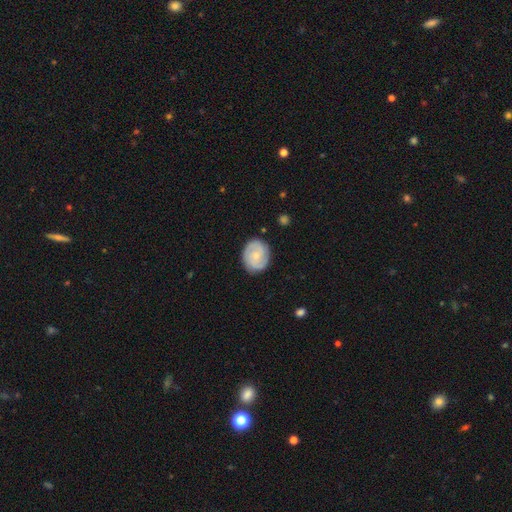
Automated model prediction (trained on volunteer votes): Q: Smooth or featured?
A: featured or disk (68%); runner-up: smooth (27%)
Q: Edge-on disk?
A: no (98%); runner-up: yes (2%)
Q: Bar?
A: no (69%); runner-up: weak (27%)
Q: Spiral arms?
A: yes (92%); runner-up: no (8%)
Q: Spiral winding?
A: tight (54%); runner-up: medium (36%)
Q: Spiral arm count?
A: 2 (56%); runner-up: 3 (17%)
Q: Bulge size?
A: small (72%); runner-up: moderate (23%)
Q: Merging?
A: none (85%); runner-up: minor disturbance (11%)